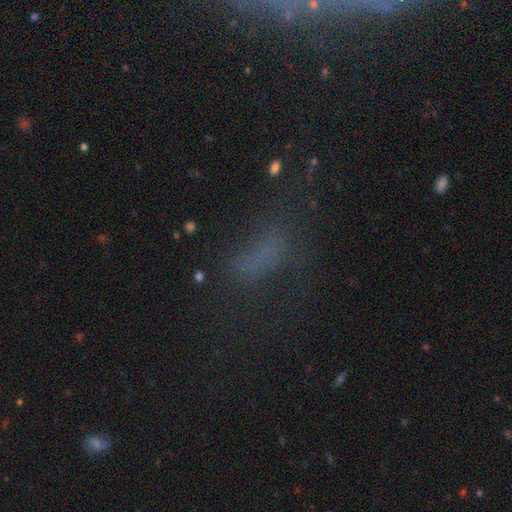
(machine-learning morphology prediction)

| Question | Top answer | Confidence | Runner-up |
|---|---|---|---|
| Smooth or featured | smooth | 46% | star or artifact (34%) |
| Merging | none | 48% | major disturbance (26%) |